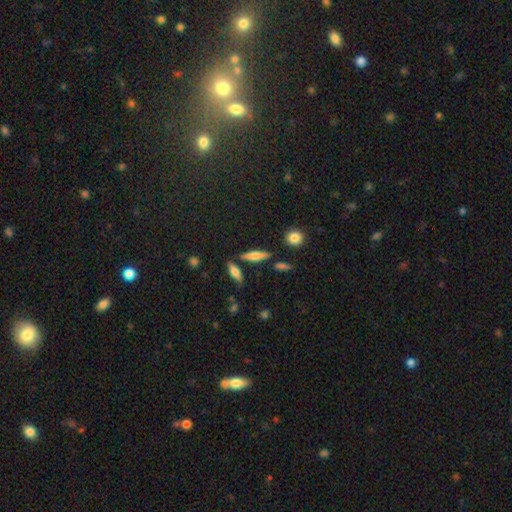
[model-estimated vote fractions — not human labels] This is likely a smooth galaxy (62%). How rounded: likely cigar-shaped (66%). Merging: clearly none (80%).